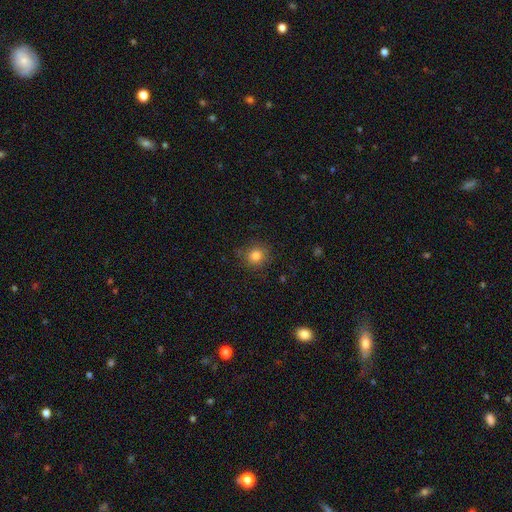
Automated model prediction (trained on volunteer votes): Smooth or featured: smooth — 83% (star or artifact — 12%)
How rounded: round — 89% (in between — 10%)
Merging: none — 85% (minor disturbance — 11%)